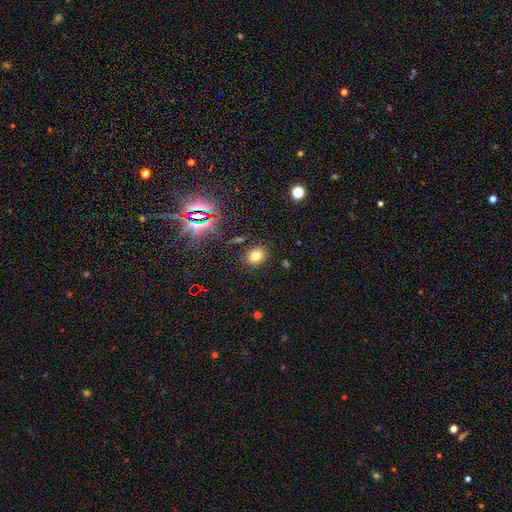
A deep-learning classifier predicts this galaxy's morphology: Smooth or featured: smooth — 73% (star or artifact — 18%)
How rounded: round — 60% (in between — 39%)
Merging: none — 86% (minor disturbance — 8%)